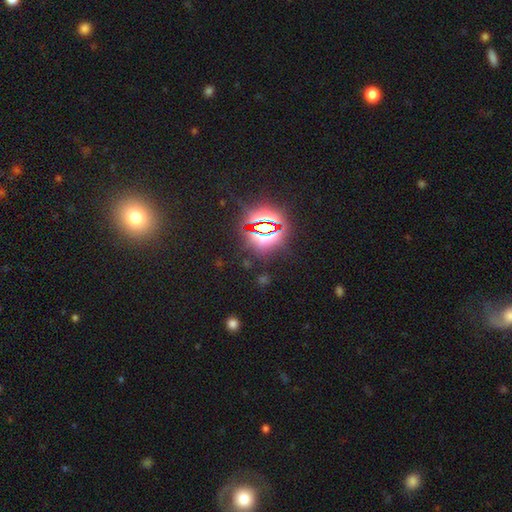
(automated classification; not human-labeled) A star or artifact, not a galaxy (71%).

Vote fractions:
- Smooth or featured? star or artifact: 71% / smooth: 19% / featured or disk: 9%